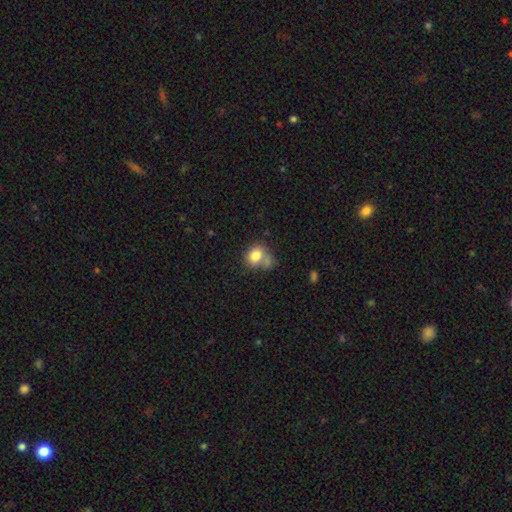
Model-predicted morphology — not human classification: Q: Smooth or featured?
A: smooth (80%); runner-up: featured or disk (10%)
Q: How rounded?
A: round (61%); runner-up: in between (38%)
Q: Merging?
A: none (46%); runner-up: merger (28%)